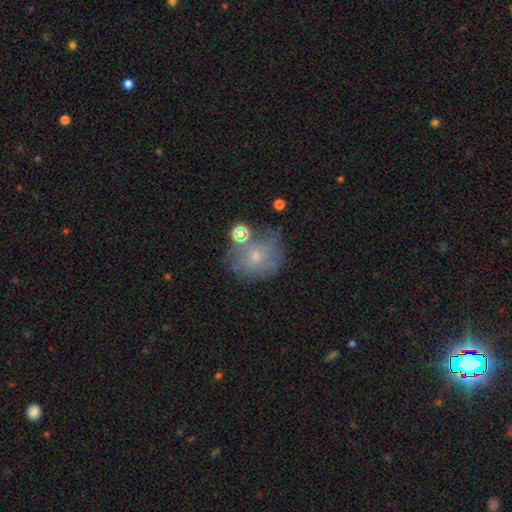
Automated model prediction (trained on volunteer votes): smooth-or-featured: smooth: 45% | featured or disk: 39% | star or artifact: 16%
  merging: none: 59% | minor disturbance: 20% | major disturbance: 11% | merger: 10%